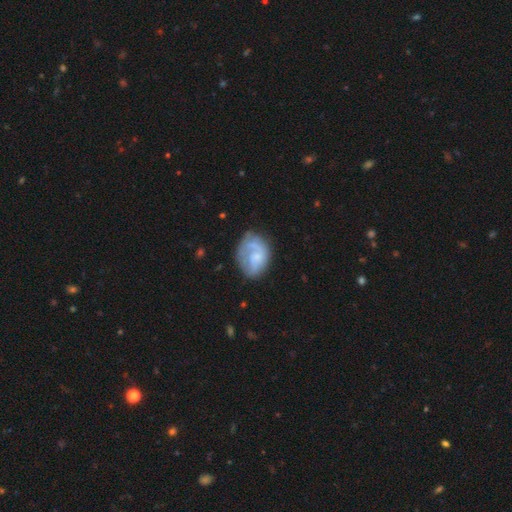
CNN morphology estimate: featured or disk 51%, smooth 42%, star or artifact 7%. Down the decision tree: edge-on disk — no (97%); merging — none (49%).